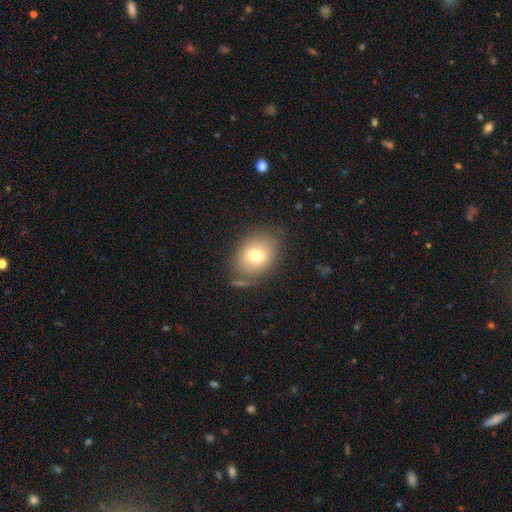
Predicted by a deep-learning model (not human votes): Morphology: type=smooth (73%); roundness=in between (52%); merging=none (73%).